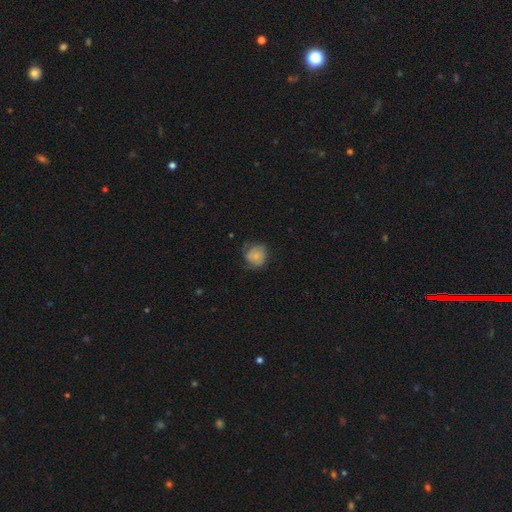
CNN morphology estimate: smooth 62%, featured or disk 30%, star or artifact 9%. Down the decision tree: how rounded — round (81%); merging — none (55%).